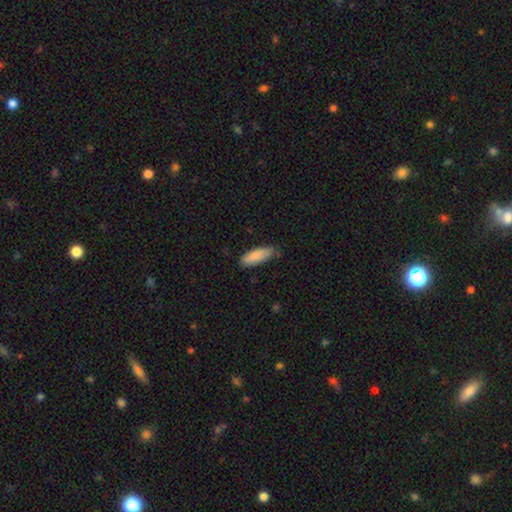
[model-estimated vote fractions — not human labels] Smooth or featured: smooth — 84% (featured or disk — 10%)
How rounded: in between — 66% (cigar-shaped — 32%)
Merging: none — 77% (minor disturbance — 19%)